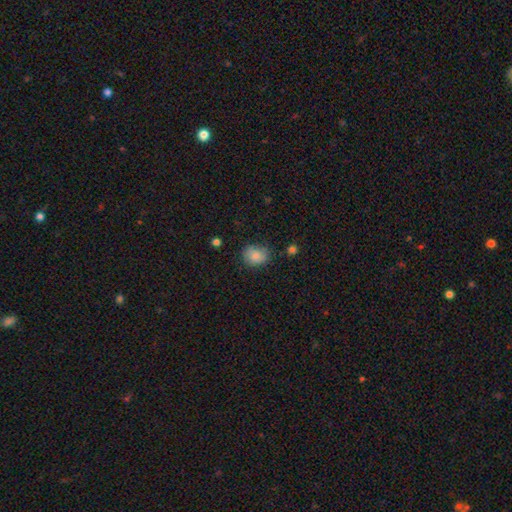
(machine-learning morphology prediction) A smooth galaxy with no disk features (83%) that is round (59%).

Vote fractions:
- Smooth or featured? smooth: 83% / star or artifact: 10% / featured or disk: 8%
- How rounded? round: 59% / in between: 40% / cigar-shaped: 1%
- Merging? none: 72% / minor disturbance: 21% / major disturbance: 5% / merger: 2%